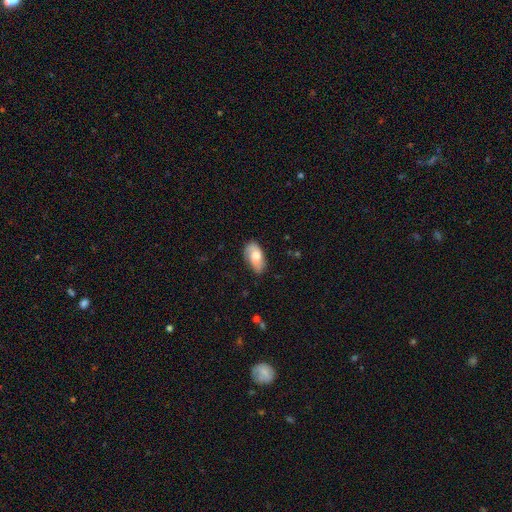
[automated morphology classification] Smooth or featured? smooth (64%)
How rounded? in between (93%)
Merging? none (70%)